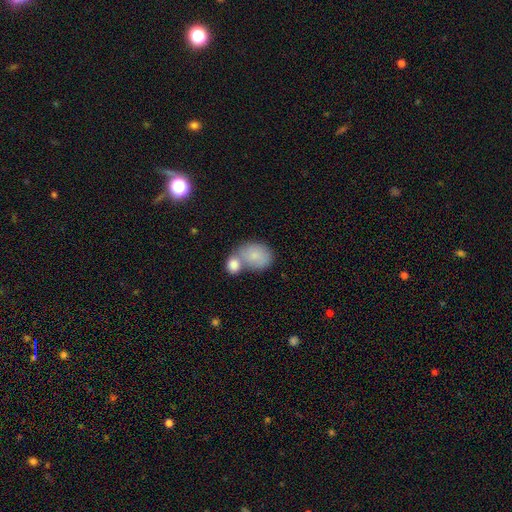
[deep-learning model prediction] Smooth or featured?
  - smooth: 81% *
  - featured or disk: 12%
  - star or artifact: 7%
How rounded?
  - in between: 59% *
  - round: 39%
  - cigar-shaped: 1%
Merging?
  - merger: 55% *
  - none: 28%
  - minor disturbance: 11%
  - major disturbance: 5%